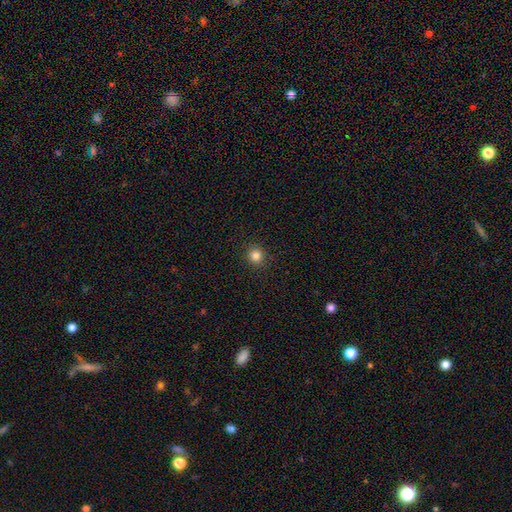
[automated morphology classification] Smooth or featured? Predicted: smooth (p=0.83). How rounded? Predicted: round (p=0.90). Merging? Predicted: none (p=0.92).